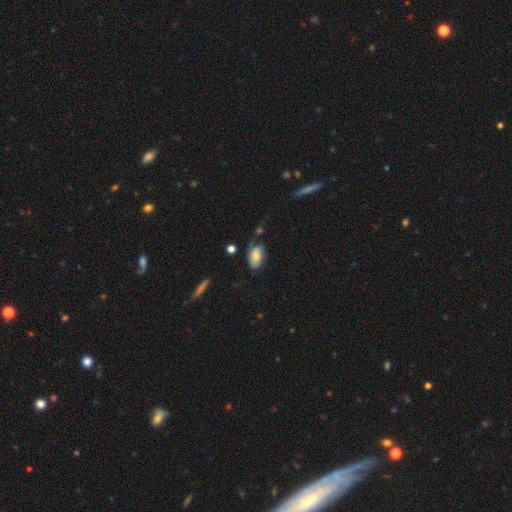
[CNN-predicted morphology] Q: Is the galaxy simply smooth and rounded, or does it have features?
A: smooth — 69%.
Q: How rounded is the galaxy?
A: in between — 92%.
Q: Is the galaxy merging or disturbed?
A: none — 52%.